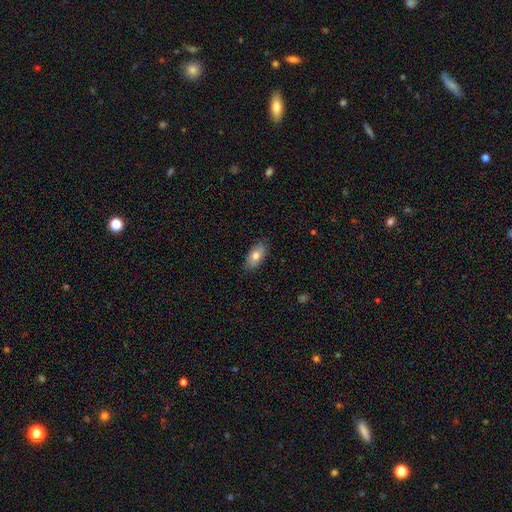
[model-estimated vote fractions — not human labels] Smooth or featured?
  - smooth: 76% *
  - featured or disk: 17%
  - star or artifact: 7%
How rounded?
  - in between: 91% *
  - cigar-shaped: 5%
  - round: 4%
Merging?
  - none: 85% *
  - minor disturbance: 12%
  - major disturbance: 2%
  - merger: 1%